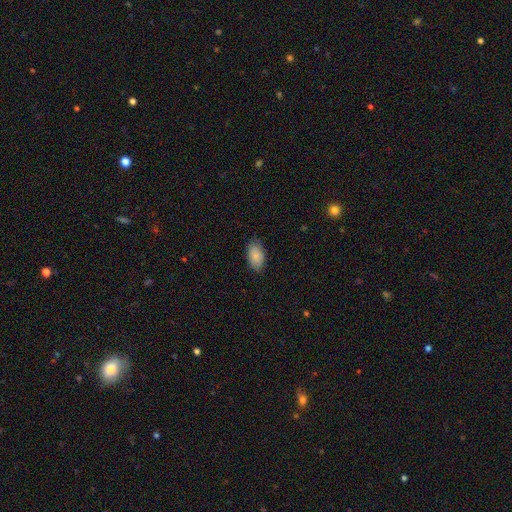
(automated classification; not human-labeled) Overall: smooth (87%). How rounded: in between (94%). Merging: none (82%).